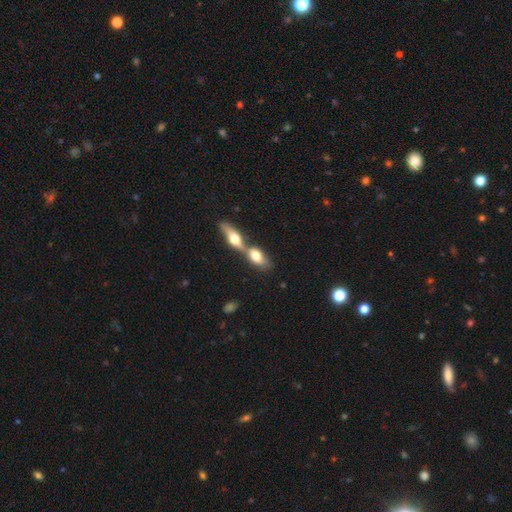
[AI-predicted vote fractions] Q: Smooth or featured?
A: smooth (60%); runner-up: featured or disk (33%)
Q: How rounded?
A: in between (77%); runner-up: cigar-shaped (17%)
Q: Merging?
A: merger (66%); runner-up: none (24%)